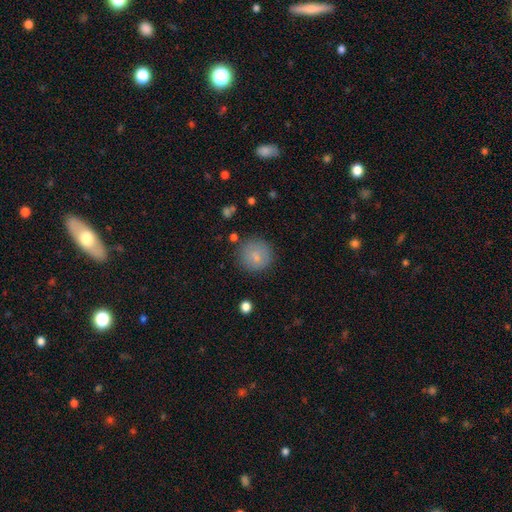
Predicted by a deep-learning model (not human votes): Morphology: type=smooth (80%); roundness=round (91%); merging=none (82%).